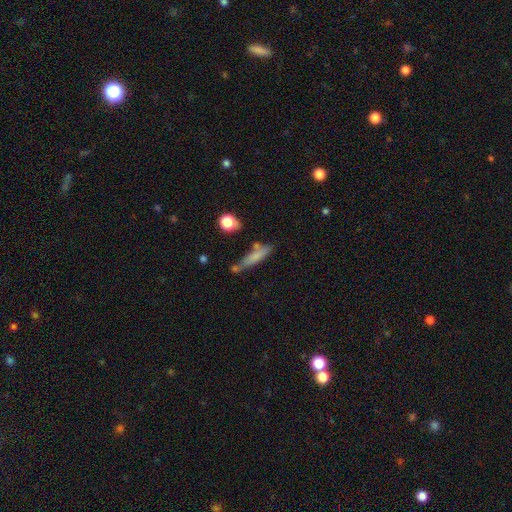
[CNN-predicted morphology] Q: Smooth or featured?
A: smooth (71%); runner-up: featured or disk (20%)
Q: How rounded?
A: cigar-shaped (76%); runner-up: in between (21%)
Q: Merging?
A: none (57%); runner-up: minor disturbance (21%)